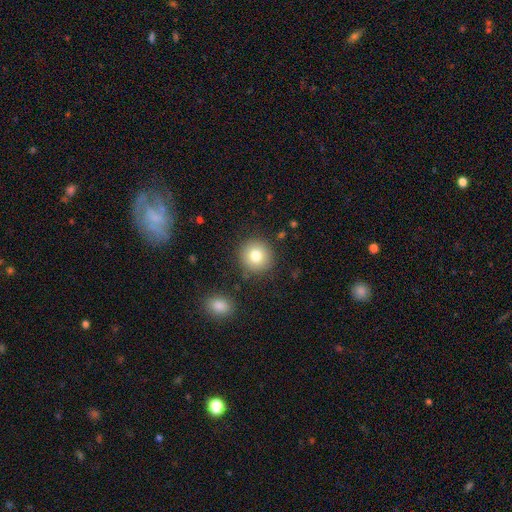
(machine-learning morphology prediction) The model was most divided on "smooth or featured": smooth: 79%, featured or disk: 11%, star or artifact: 10%. More confident: how rounded — round (94%); merging — none (87%).